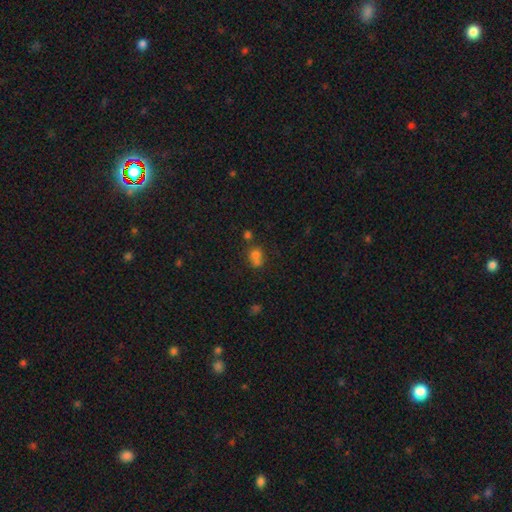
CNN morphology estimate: smooth 72%, star or artifact 16%, featured or disk 12%. Down the decision tree: how rounded — round (58%); merging — merger (42%).